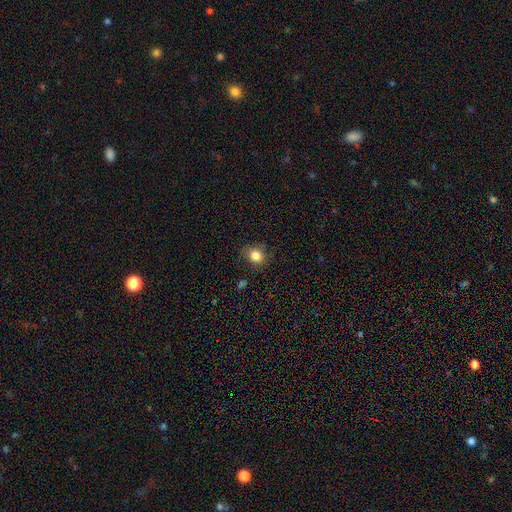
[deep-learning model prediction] This appears to be a smooth galaxy with no disk features (82%) that is round (76%). Merging: none (80%).